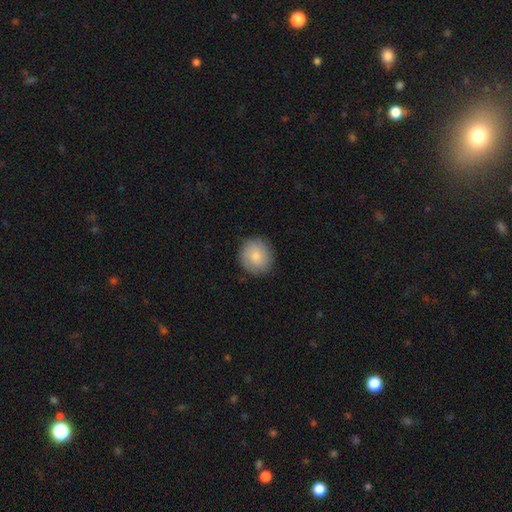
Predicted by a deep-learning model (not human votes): A smooth galaxy with no disk features (83%) that is round (92%). Merging: none (87%).